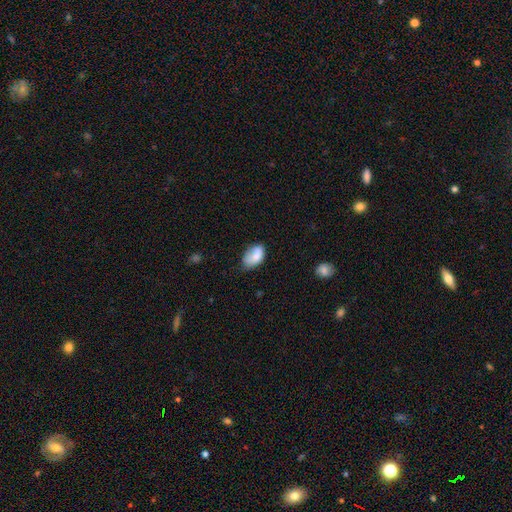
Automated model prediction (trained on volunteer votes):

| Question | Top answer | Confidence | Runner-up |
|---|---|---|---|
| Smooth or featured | smooth | 80% | featured or disk (13%) |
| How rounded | in between | 91% | round (8%) |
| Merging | none | 49% | minor disturbance (35%) |